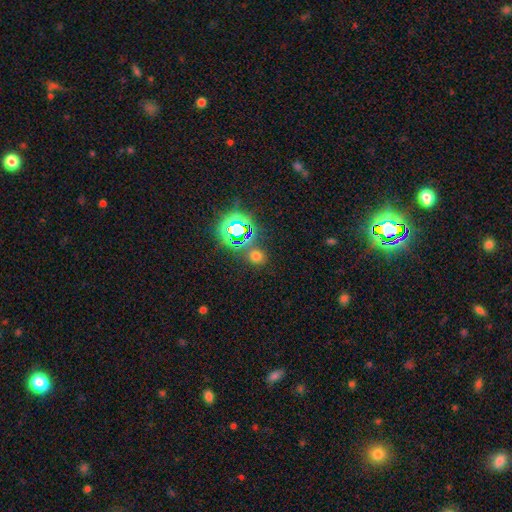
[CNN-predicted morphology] type=smooth (59%); roundness=round (79%); merging=none (78%).